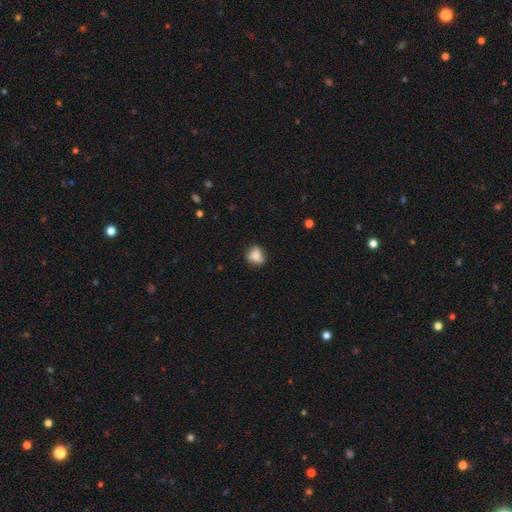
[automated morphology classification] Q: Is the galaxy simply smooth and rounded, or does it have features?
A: smooth — 80%.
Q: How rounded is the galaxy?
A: round — 57%.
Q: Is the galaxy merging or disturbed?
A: none — 68%.